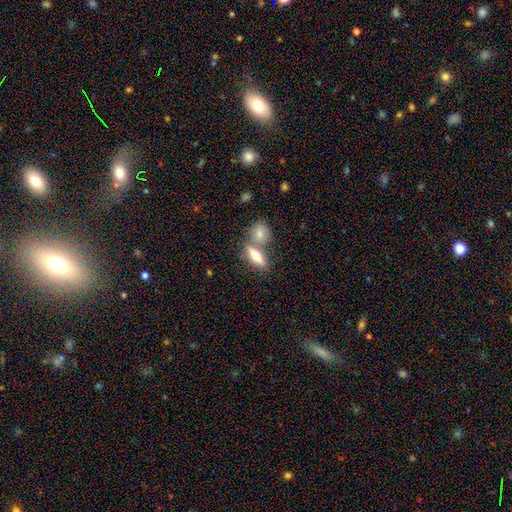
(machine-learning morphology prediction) Smooth or featured? smooth (62%)
How rounded? in between (55%)
Merging? none (52%)